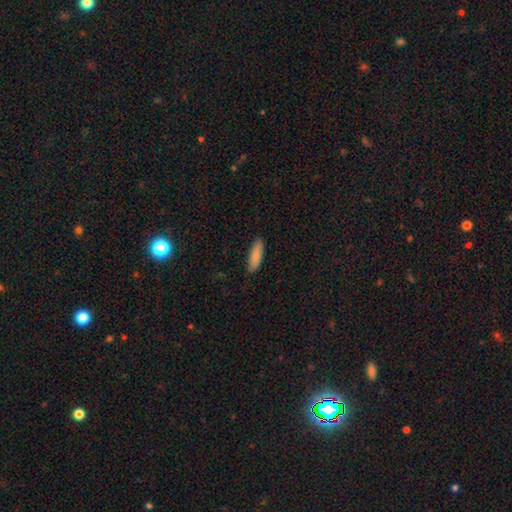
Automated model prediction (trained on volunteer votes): smooth 87%, featured or disk 7%, star or artifact 6%. Down the decision tree: how rounded — cigar-shaped (56%); merging — none (88%).